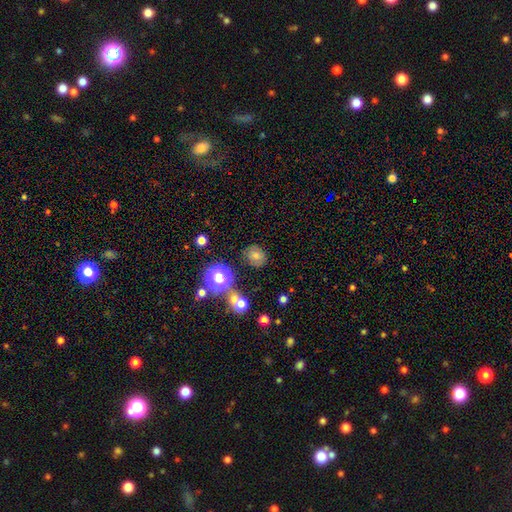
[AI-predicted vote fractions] Overall: smooth (67%). How rounded: round (72%). Merging: none (77%).